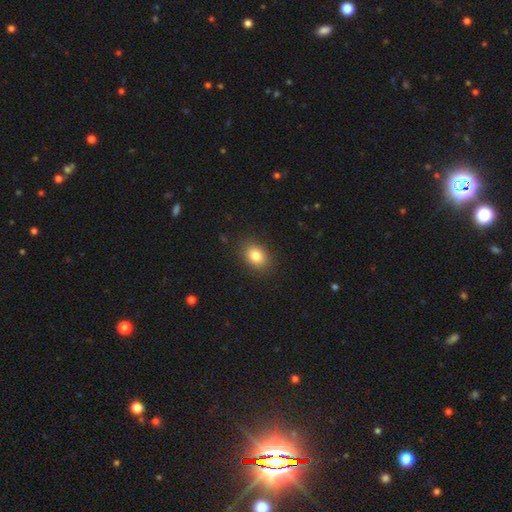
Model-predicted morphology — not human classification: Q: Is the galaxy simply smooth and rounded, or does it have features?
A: smooth — 83%.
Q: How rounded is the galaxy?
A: in between — 63%.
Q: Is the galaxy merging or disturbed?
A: none — 87%.